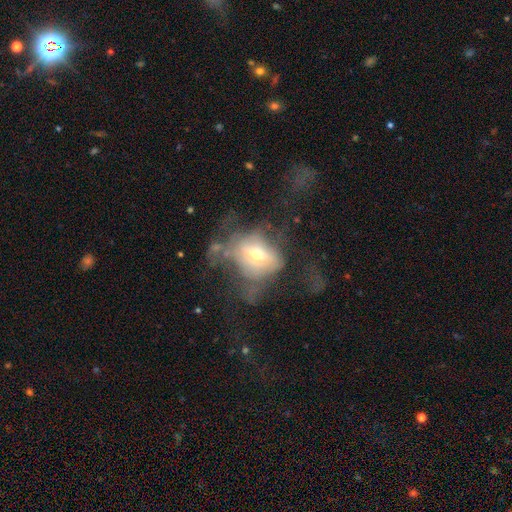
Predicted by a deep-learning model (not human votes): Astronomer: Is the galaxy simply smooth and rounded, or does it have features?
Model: featured or disk — 48% (runner-up: smooth, 40%).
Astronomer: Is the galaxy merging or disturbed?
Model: major disturbance — 51%.